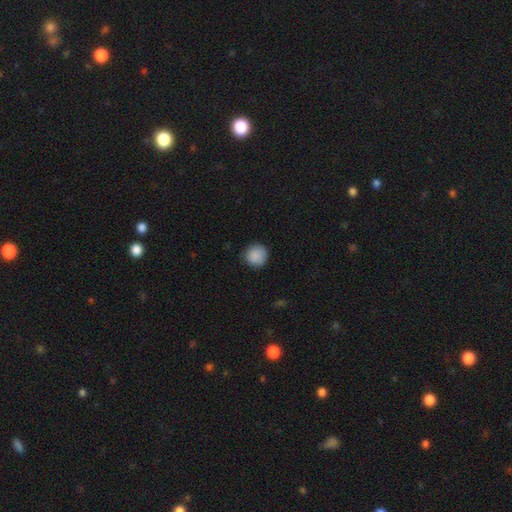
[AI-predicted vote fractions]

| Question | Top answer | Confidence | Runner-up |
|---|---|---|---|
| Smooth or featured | smooth | 89% | star or artifact (8%) |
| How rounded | round | 94% | in between (5%) |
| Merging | none | 87% | minor disturbance (10%) |